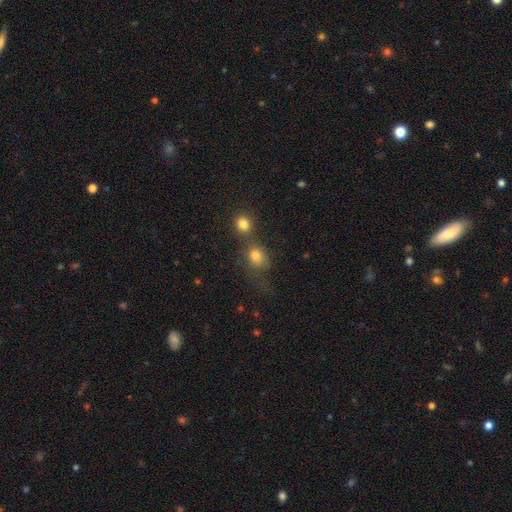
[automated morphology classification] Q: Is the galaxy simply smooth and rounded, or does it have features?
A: smooth — 78%.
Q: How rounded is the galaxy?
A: round — 55%.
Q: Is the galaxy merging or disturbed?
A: merger — 40%.